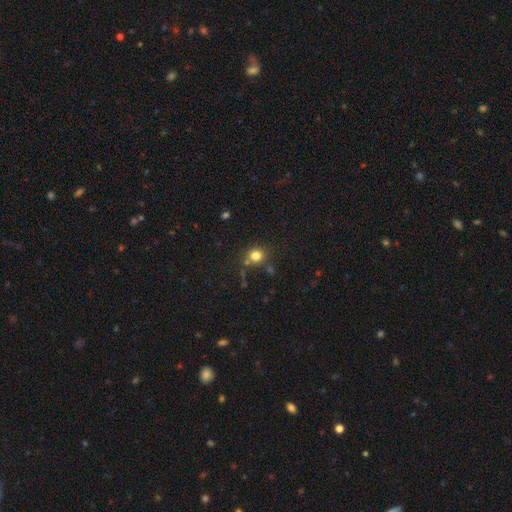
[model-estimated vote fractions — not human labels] smooth 79%, star or artifact 14%, featured or disk 7%. Down the decision tree: how rounded — round (84%); merging — none (73%).